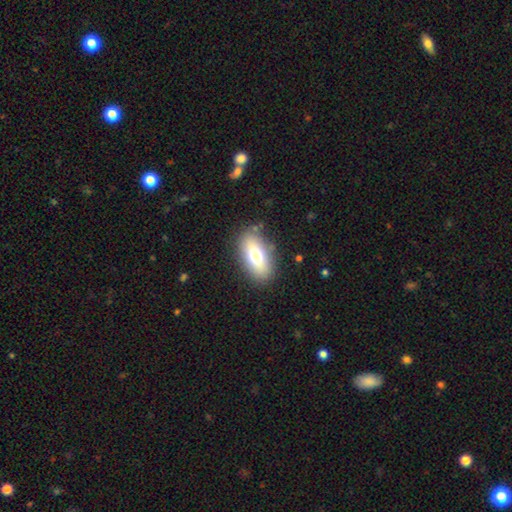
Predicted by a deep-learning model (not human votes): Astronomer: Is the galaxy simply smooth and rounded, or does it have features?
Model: smooth — 71%.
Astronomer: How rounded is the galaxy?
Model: in between — 87%.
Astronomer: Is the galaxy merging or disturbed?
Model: none — 85%.